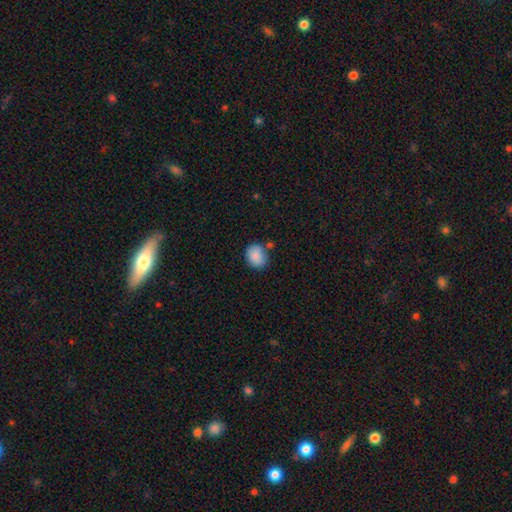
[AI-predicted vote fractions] A smooth galaxy with no disk features (88%) that is round (52%). Merging: none (69%).